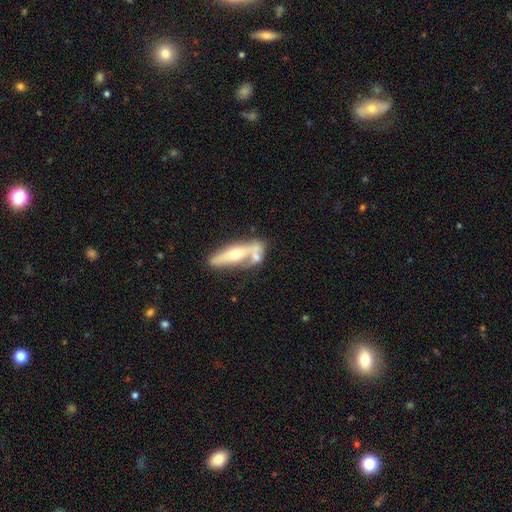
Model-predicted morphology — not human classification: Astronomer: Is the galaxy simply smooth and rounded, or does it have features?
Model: featured or disk — 50% (runner-up: smooth, 43%).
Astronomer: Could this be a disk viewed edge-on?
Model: yes — 60% (runner-up: no, 40%).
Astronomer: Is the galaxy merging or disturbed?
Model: merger — 40% (runner-up: none, 38%).